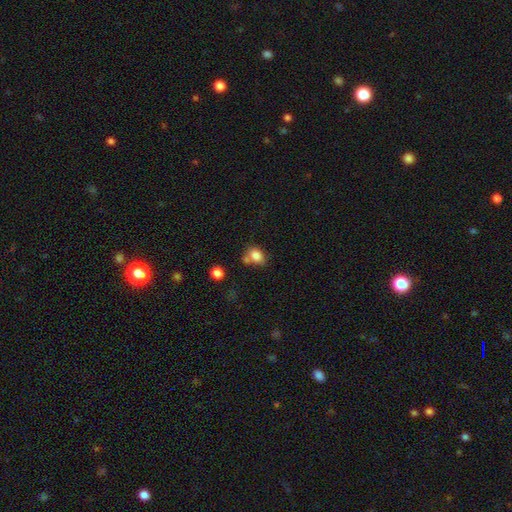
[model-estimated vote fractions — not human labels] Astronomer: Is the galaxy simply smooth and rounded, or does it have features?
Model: smooth — 82%.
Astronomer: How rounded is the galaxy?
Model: in between — 63%.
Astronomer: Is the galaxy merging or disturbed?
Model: none — 53%.